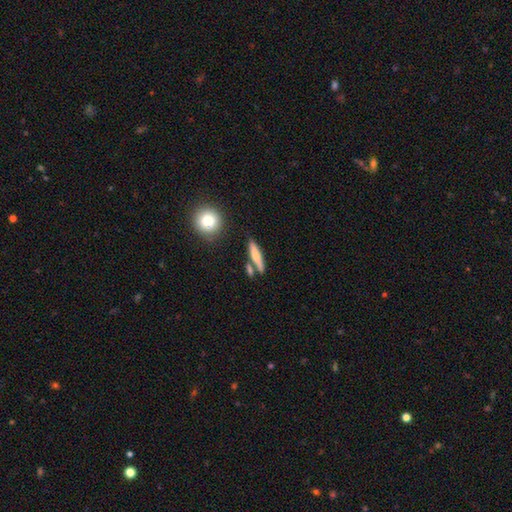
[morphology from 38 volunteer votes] Smooth or featured? 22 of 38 (58%) said smooth. How rounded? 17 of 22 (77%) said cigar-shaped. Merging? 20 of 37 (54%) said none.